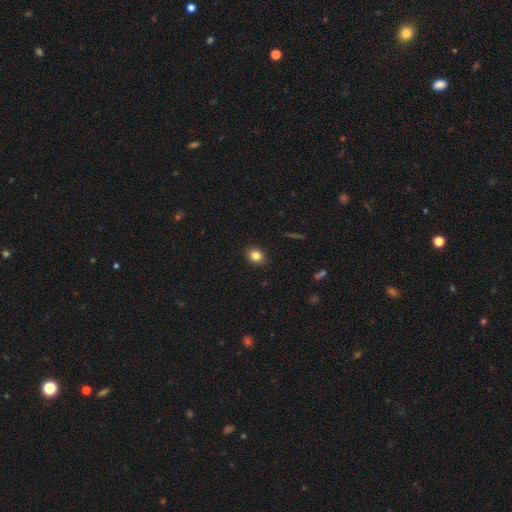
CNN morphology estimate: type=smooth (83%); roundness=round (63%); merging=none (91%).